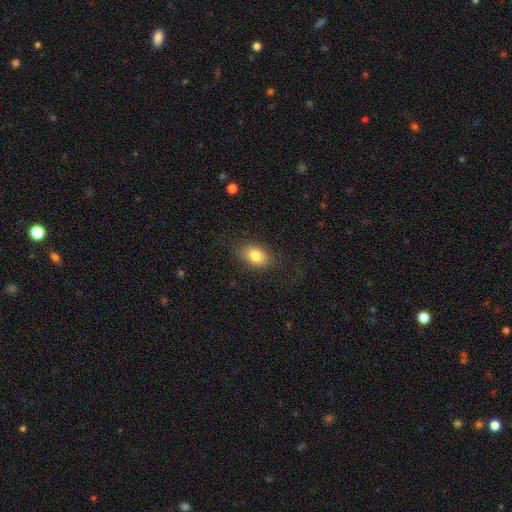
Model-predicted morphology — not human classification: smooth 81%, featured or disk 10%, star or artifact 9%. Down the decision tree: how rounded — in between (83%); merging — none (83%).